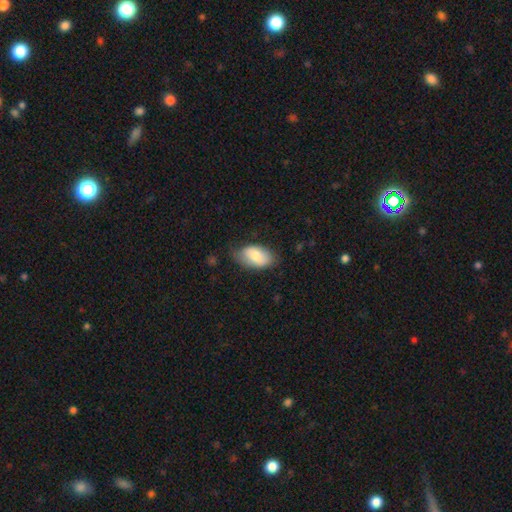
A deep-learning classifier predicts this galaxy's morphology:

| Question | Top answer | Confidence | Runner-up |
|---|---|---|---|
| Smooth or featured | smooth | 74% | featured or disk (20%) |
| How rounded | in between | 93% | round (5%) |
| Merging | none | 65% | minor disturbance (27%) |